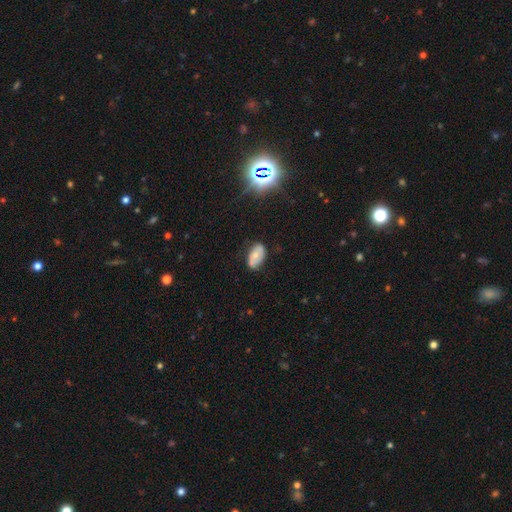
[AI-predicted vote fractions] A smooth galaxy with no disk features (60%) that is in between round and cigar-shaped (93%). Merging: none (69%).